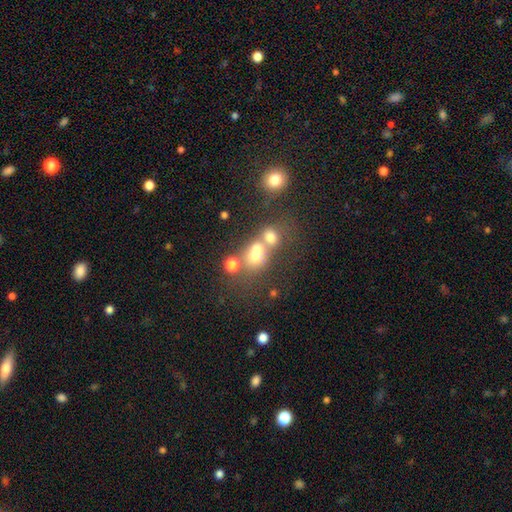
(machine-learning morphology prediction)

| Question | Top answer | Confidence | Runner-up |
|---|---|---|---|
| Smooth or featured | smooth | 59% | star or artifact (21%) |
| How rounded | round | 60% | in between (38%) |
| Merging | merger | 55% | none (29%) |